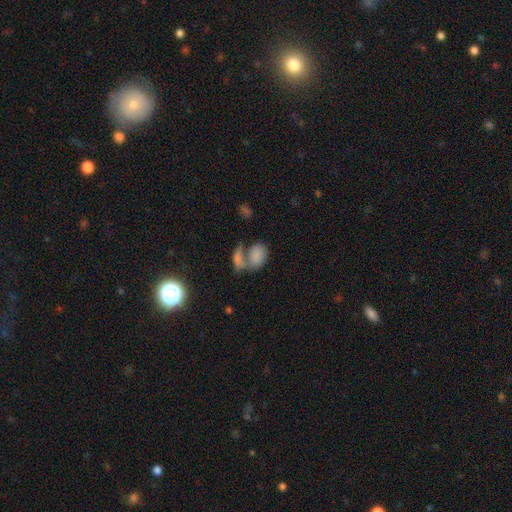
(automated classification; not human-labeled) Smooth or featured?
  - smooth: 77% *
  - featured or disk: 14%
  - star or artifact: 9%
How rounded?
  - in between: 81% *
  - round: 17%
  - cigar-shaped: 2%
Merging?
  - merger: 62% *
  - none: 22%
  - major disturbance: 9%
  - minor disturbance: 8%